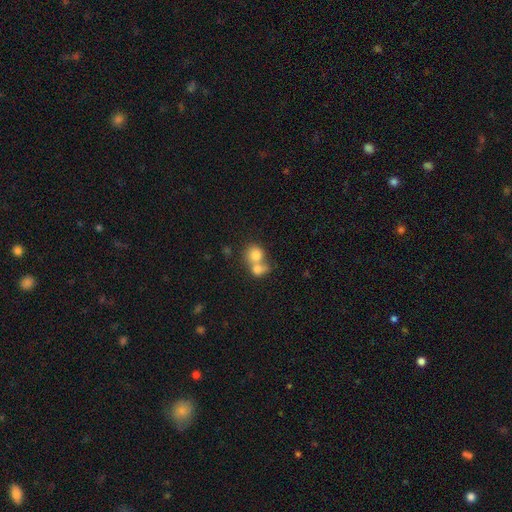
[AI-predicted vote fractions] smooth 77%, featured or disk 14%, star or artifact 10%. Down the decision tree: how rounded — round (75%); merging — merger (65%).